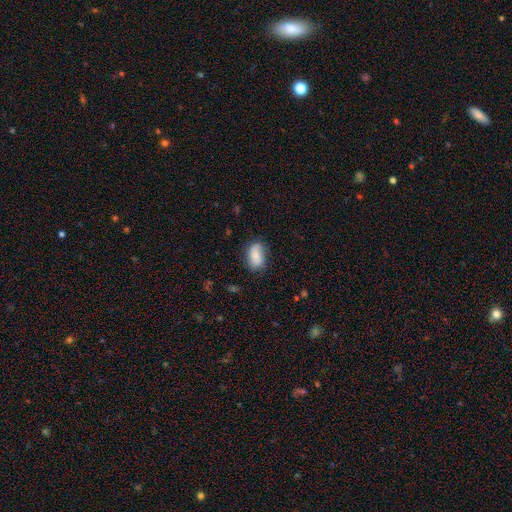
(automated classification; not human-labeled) Morphology: type=smooth (78%); roundness=in between (90%); merging=none (71%).